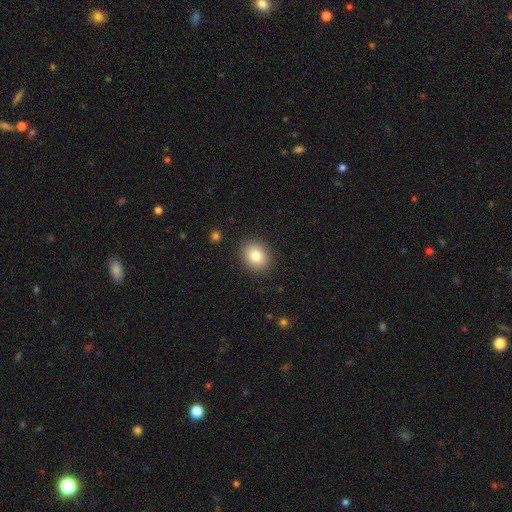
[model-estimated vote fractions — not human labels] Overall: smooth (83%). How rounded: round (51%; in between 48%). Merging: none (89%).